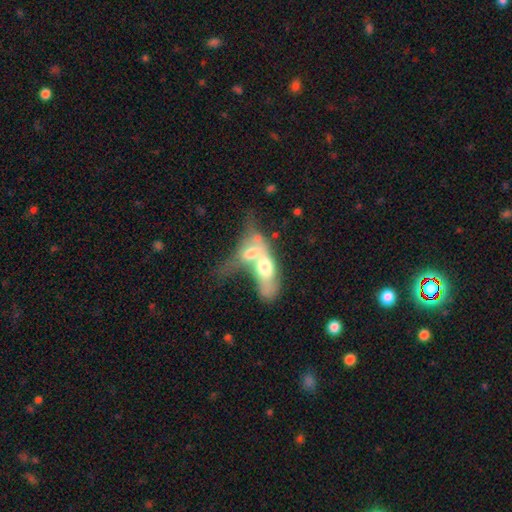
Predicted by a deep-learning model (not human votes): A smooth galaxy with no disk features (46%, tied with featured or disk).

Vote fractions:
- Smooth or featured? smooth: 46% (tied) / featured or disk: 46% (tied) / star or artifact: 8%
- Merging? merger: 79% / major disturbance: 10% / none: 7% / minor disturbance: 5%